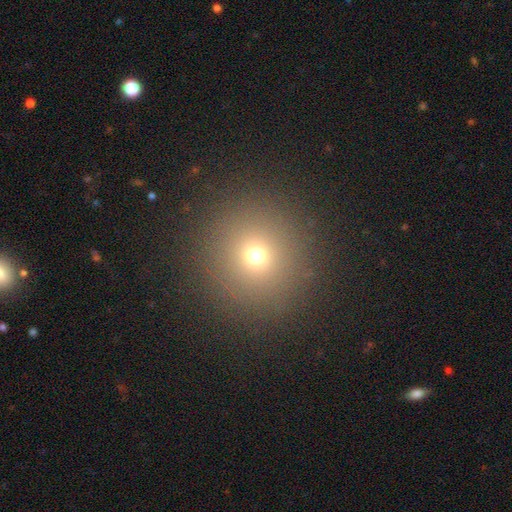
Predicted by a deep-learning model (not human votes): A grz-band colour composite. It shows a smooth galaxy with no disk features (68%) that is round (93%). Merging: none (89%).